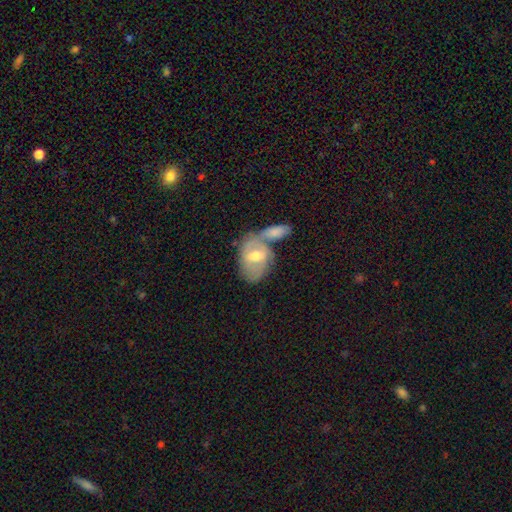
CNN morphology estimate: This is possibly a featured or disk galaxy (55%). It is clearly not viewed edge-on (93%). Bar: possibly weak (49%). Spiral arm pattern: likely yes (61%). Central bulge: likely moderate (72%). Merging: marginally merger (45%).